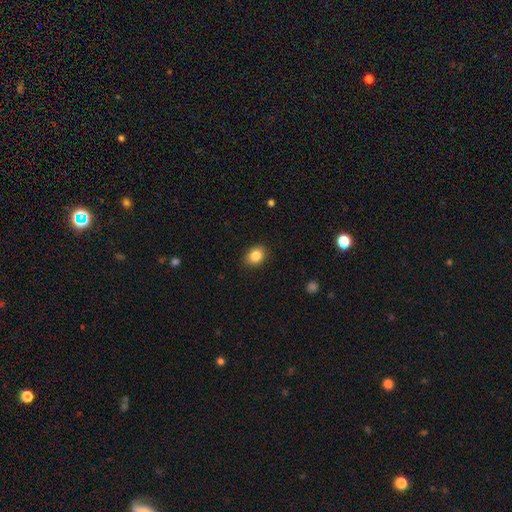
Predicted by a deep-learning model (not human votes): smooth-or-featured: smooth: 85% | star or artifact: 9% | featured or disk: 5%
  how-rounded: in between: 51% | round: 48% | cigar-shaped: 1%
  merging: none: 88% | minor disturbance: 9% | major disturbance: 2% | merger: 1%